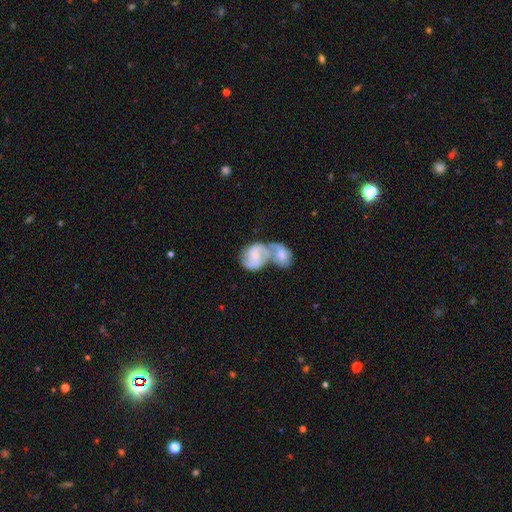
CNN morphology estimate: smooth_or_featured: featured or disk (p=0.60) [alt: smooth p=0.34]
disk_edge_on: no (p=0.97) [alt: yes p=0.03]
bar: no (p=0.58) [alt: weak p=0.34]
has_spiral_arms: yes (p=0.81) [alt: no p=0.19]
bulge_size: small (p=0.42) [alt: moderate p=0.30]
merging: merger (p=0.74) [alt: none p=0.12]